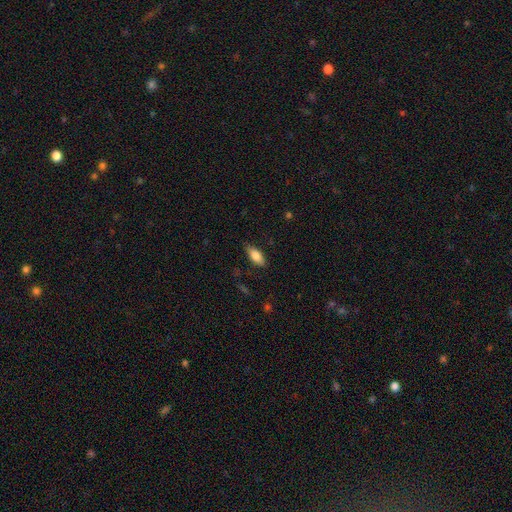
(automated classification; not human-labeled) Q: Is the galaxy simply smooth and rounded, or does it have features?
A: smooth — 80%.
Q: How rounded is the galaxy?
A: in between — 82%.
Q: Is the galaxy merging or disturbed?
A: none — 83%.